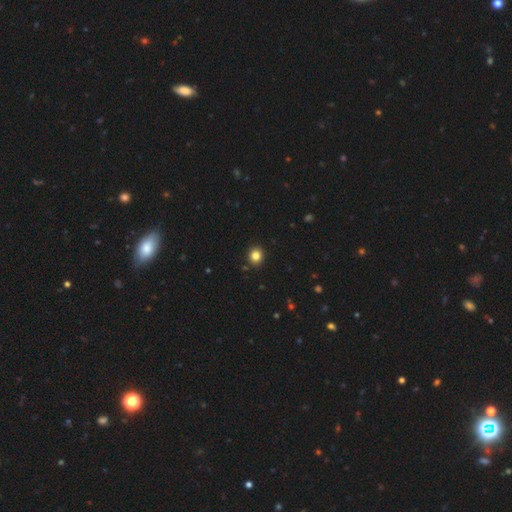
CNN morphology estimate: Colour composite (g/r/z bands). It shows a smooth galaxy with no disk features (83%) that is round (81%). Merging: none (91%).